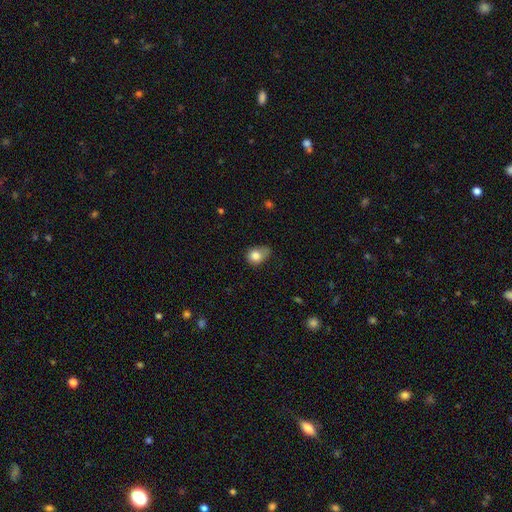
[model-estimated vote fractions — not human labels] Morphology: type=smooth (81%); roundness=round (53%); merging=minor disturbance (42%).